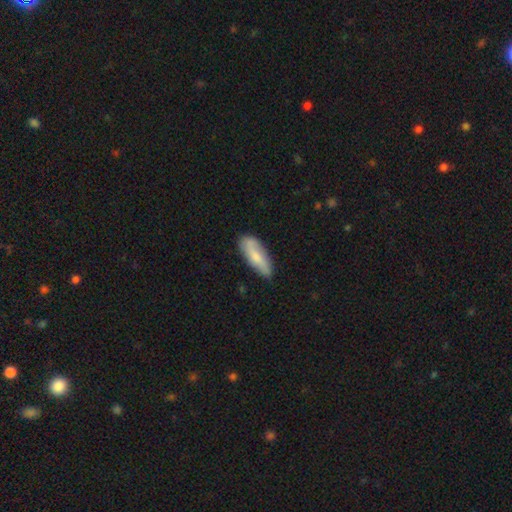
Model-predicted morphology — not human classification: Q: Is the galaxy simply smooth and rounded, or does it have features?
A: smooth — 67%.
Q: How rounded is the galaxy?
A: in between — 63%.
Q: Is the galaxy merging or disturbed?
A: none — 76%.